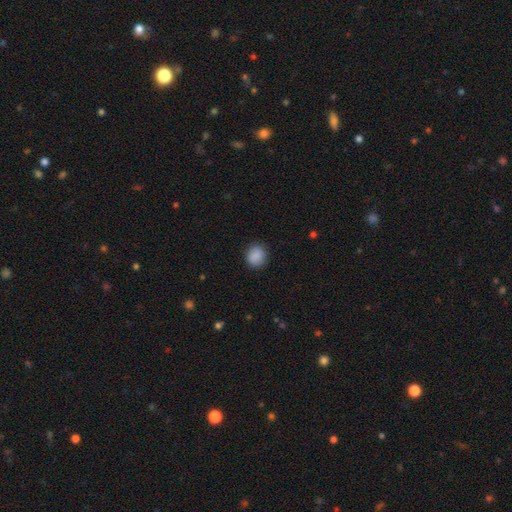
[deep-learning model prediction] The model was most divided on "how rounded": round: 76%, in between: 23%, cigar-shaped: 1%. More confident: smooth or featured — smooth (88%); merging — none (87%).